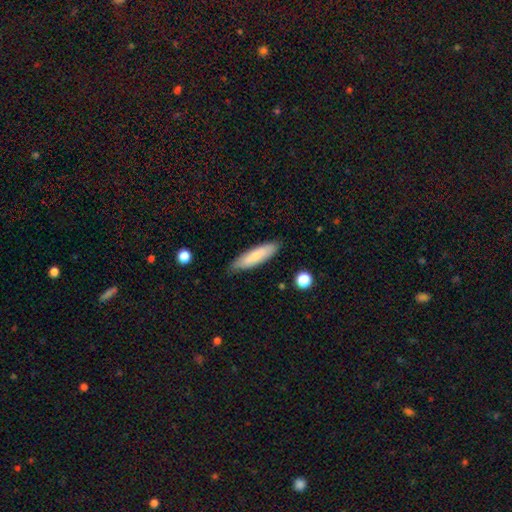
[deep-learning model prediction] smooth-or-featured: smooth: 78% | featured or disk: 17% | star or artifact: 6%
  how-rounded: cigar-shaped: 64% | in between: 35% | round: 1%
  merging: none: 82% | minor disturbance: 15% | major disturbance: 2% | merger: 1%